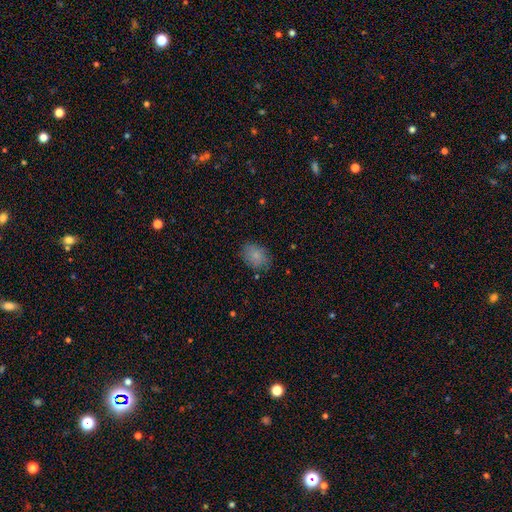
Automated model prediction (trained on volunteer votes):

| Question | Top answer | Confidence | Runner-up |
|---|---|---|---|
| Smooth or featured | smooth | 82% | featured or disk (10%) |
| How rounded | in between | 70% | round (29%) |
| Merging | none | 78% | minor disturbance (16%) |